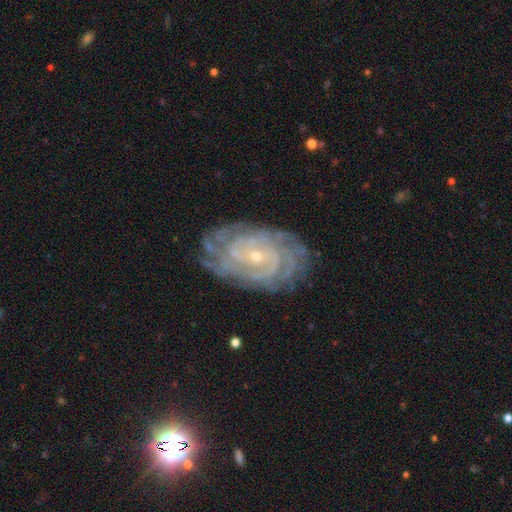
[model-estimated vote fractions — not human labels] A featured or disk galaxy (88%) with no bar (66%), tight (82%) spiral arms (97%) and a small central bulge (78%). Merging: none (80%).